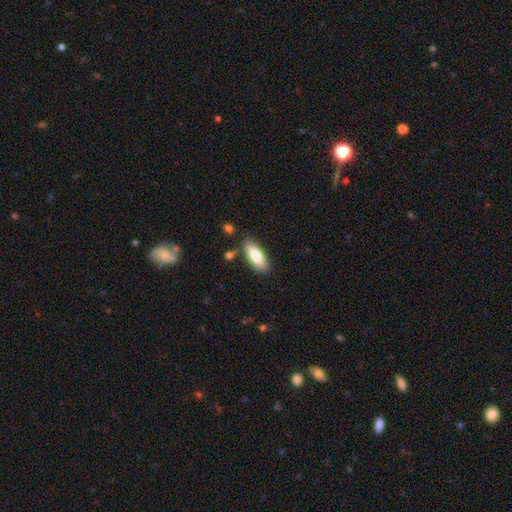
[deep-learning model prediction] A smooth galaxy with no disk features (83%) that is in between round and cigar-shaped (75%). Merging: none (81%).